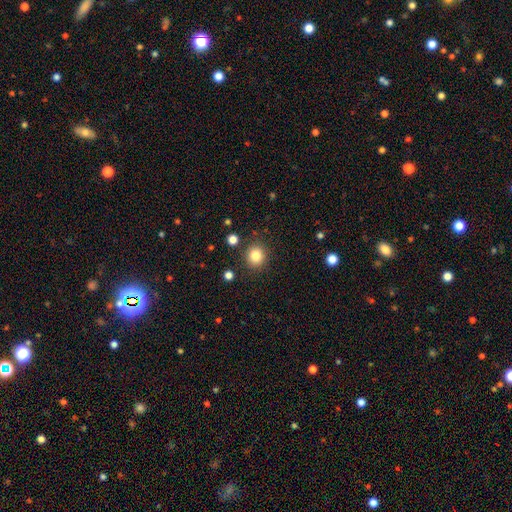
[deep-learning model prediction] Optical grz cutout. It shows a smooth galaxy with no disk features (83%) that is round (86%). Merging: none (88%).